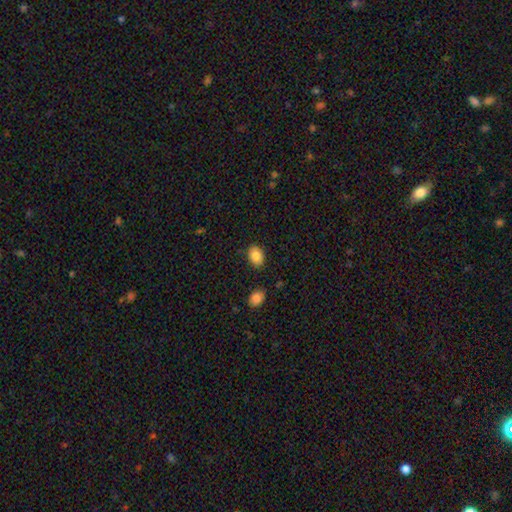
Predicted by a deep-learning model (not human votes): Smooth or featured?
  - smooth: 86% *
  - star or artifact: 8%
  - featured or disk: 6%
How rounded?
  - in between: 82% *
  - round: 17%
  - cigar-shaped: 1%
Merging?
  - none: 84% *
  - minor disturbance: 11%
  - merger: 3%
  - major disturbance: 3%